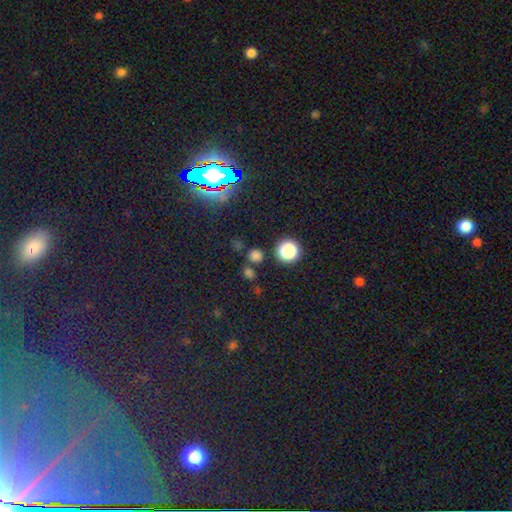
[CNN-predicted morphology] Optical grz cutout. It shows a smooth galaxy with no disk features (61%) that is round (87%). Merging: none (77%).